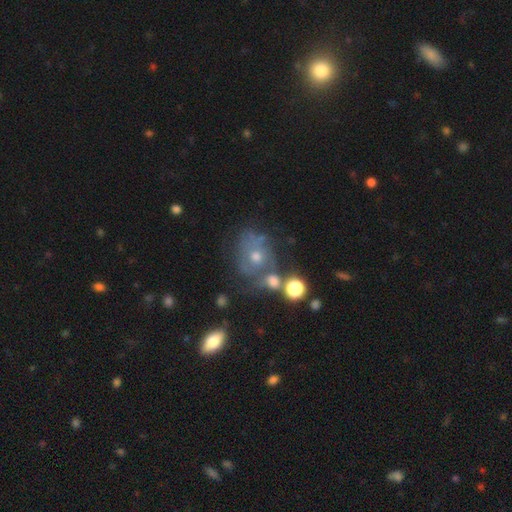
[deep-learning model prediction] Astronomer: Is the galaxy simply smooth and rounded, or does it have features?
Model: featured or disk — 46% (runner-up: smooth, 37%).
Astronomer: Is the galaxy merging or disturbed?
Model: none — 44% (runner-up: minor disturbance, 21%).